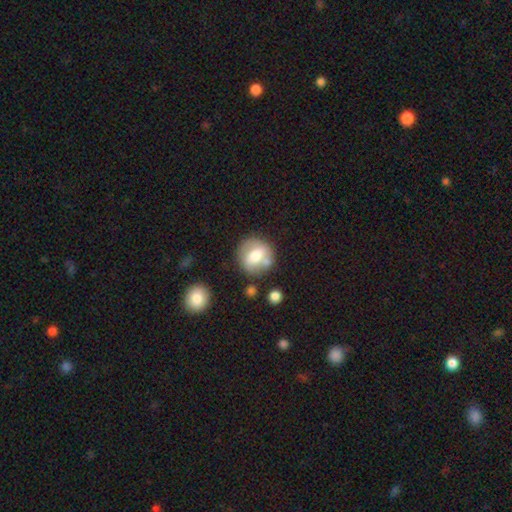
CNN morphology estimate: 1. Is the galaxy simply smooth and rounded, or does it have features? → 56% smooth, 36% featured or disk, 8% star or artifact.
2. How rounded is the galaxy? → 83% round, 15% in between, 1% cigar-shaped.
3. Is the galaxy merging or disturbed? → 66% none, 16% minor disturbance, 12% merger, 6% major disturbance.